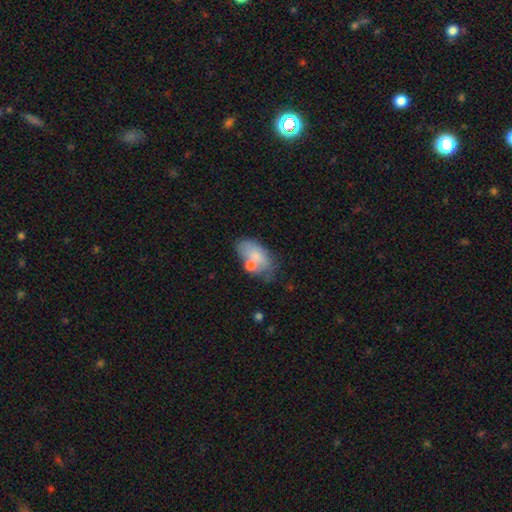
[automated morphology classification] Q: Smooth or featured?
A: smooth (70%); runner-up: featured or disk (22%)
Q: How rounded?
A: in between (92%); runner-up: round (5%)
Q: Merging?
A: none (46%); runner-up: minor disturbance (26%)